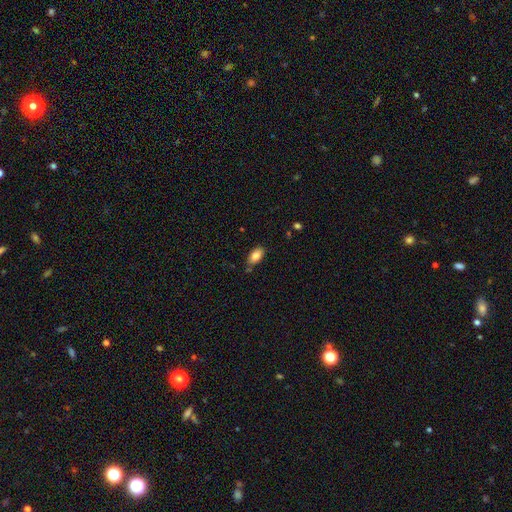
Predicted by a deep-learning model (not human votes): This appears to be a smooth galaxy with no disk features (84%) that is in between round and cigar-shaped (93%). Merging: none (73%).